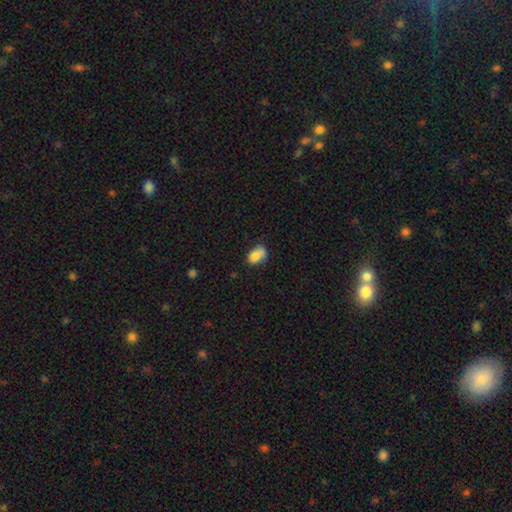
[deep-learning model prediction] smooth 80%, featured or disk 11%, star or artifact 9%. Down the decision tree: how rounded — in between (81%); merging — none (43%).